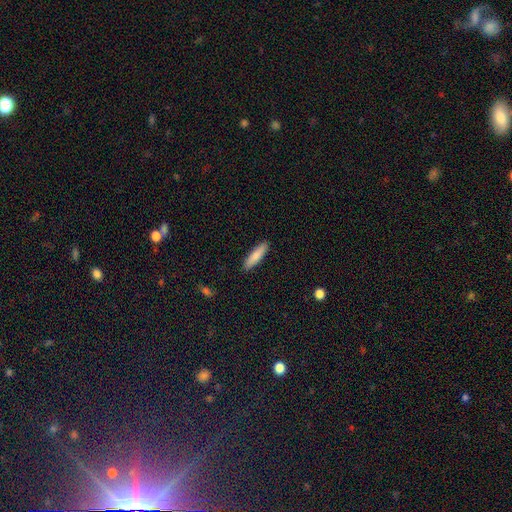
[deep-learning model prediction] Morphology: type=smooth (83%); roundness=cigar-shaped (73%); merging=none (90%).